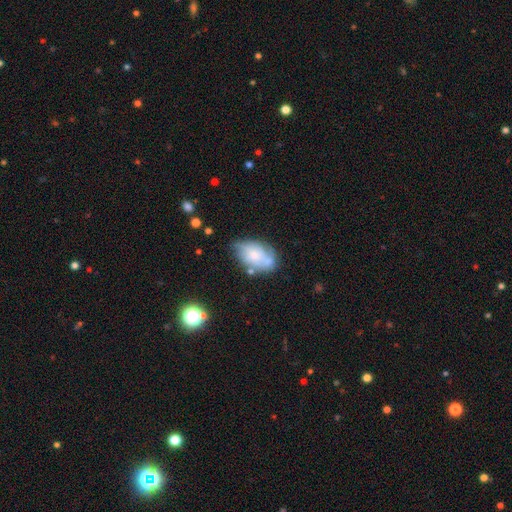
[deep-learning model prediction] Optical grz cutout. It shows a smooth galaxy with no disk features (49%). Merging: none (48%).